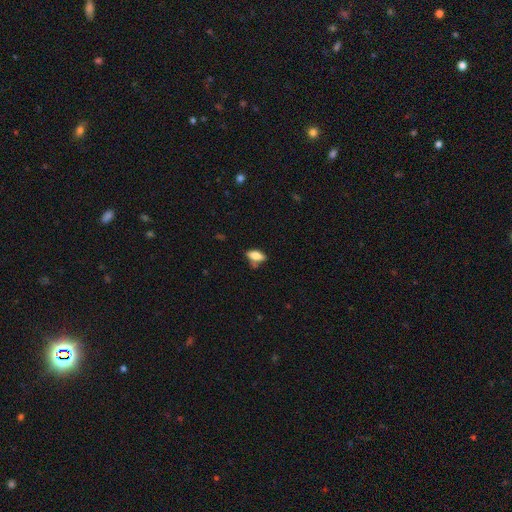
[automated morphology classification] This is likely a smooth galaxy (78%). How rounded: clearly in between (84%). Merging: likely none (63%).